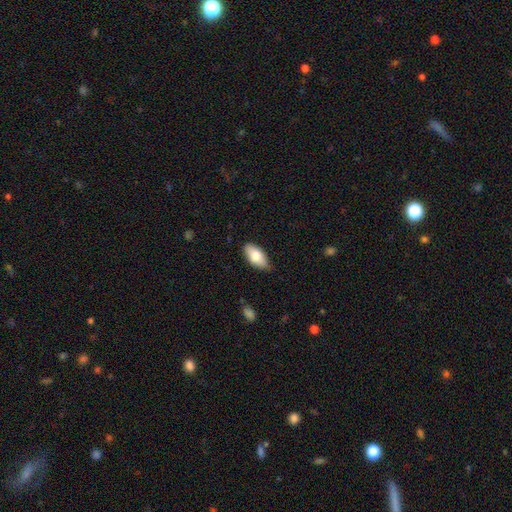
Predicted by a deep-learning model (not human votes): Smooth or featured? Predicted: smooth (p=0.79). How rounded? Predicted: in between (p=0.92). Merging? Predicted: none (p=0.81).